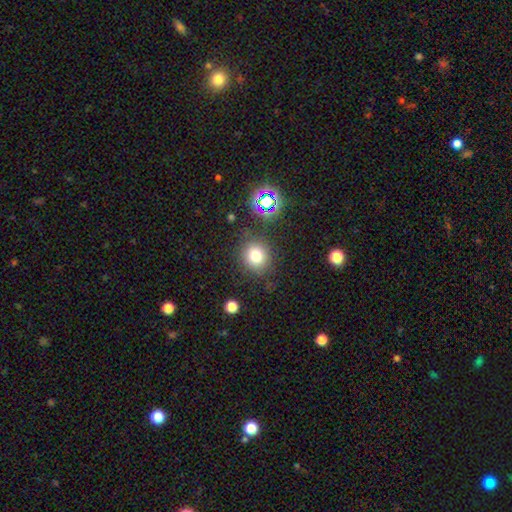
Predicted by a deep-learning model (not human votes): Morphology: type=smooth (74%); roundness=round (88%); merging=none (83%).